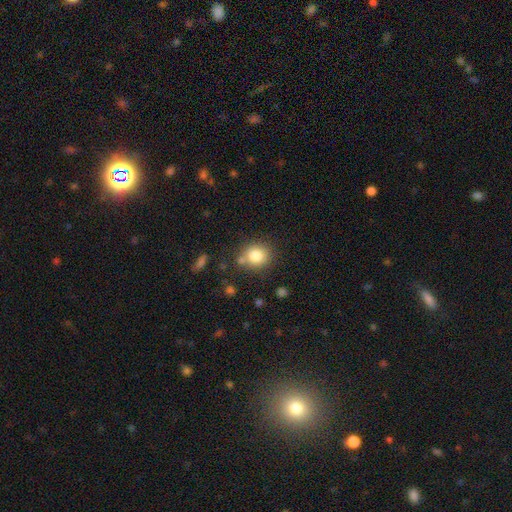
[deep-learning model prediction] Smooth or featured? smooth (82%)
How rounded? round (77%)
Merging? none (73%)